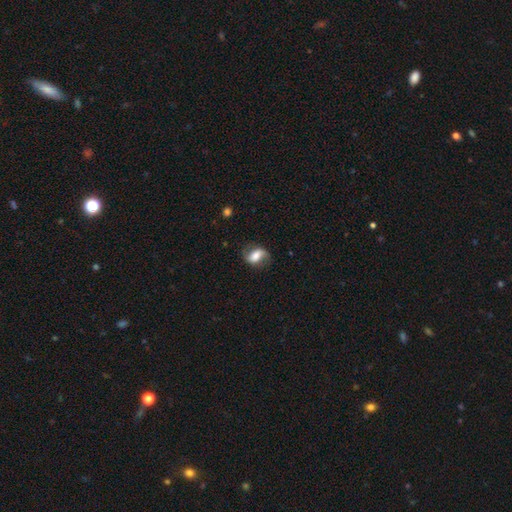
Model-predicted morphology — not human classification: type=featured or disk (52%); edge-on=no (94%); merging=none (69%).